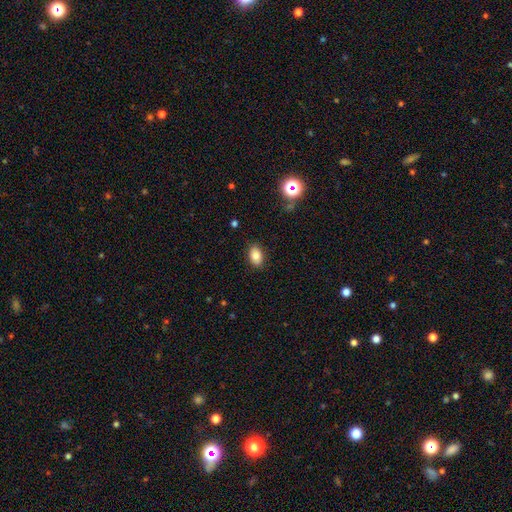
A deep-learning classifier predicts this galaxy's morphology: Smooth or featured: smooth — 82% (star or artifact — 10%)
How rounded: in between — 86% (round — 13%)
Merging: none — 87% (minor disturbance — 9%)